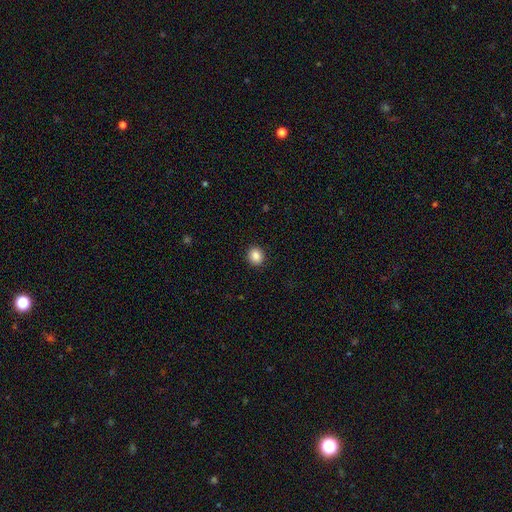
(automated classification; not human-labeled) Smooth or featured: smooth — 87% (star or artifact — 9%)
How rounded: round — 80% (in between — 20%)
Merging: none — 91% (minor disturbance — 6%)